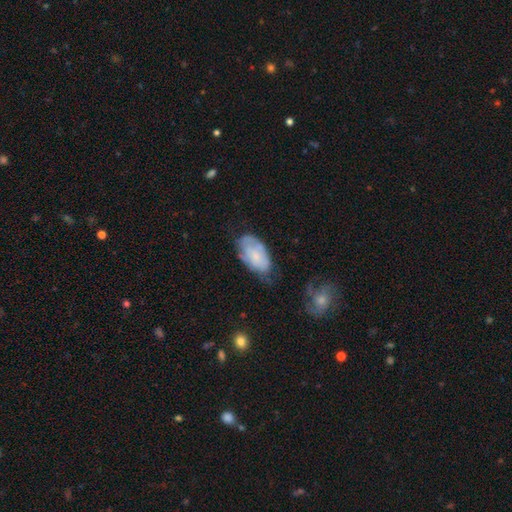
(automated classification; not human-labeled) Morphology: type=smooth (56%); roundness=in between (94%); merging=none (50%).